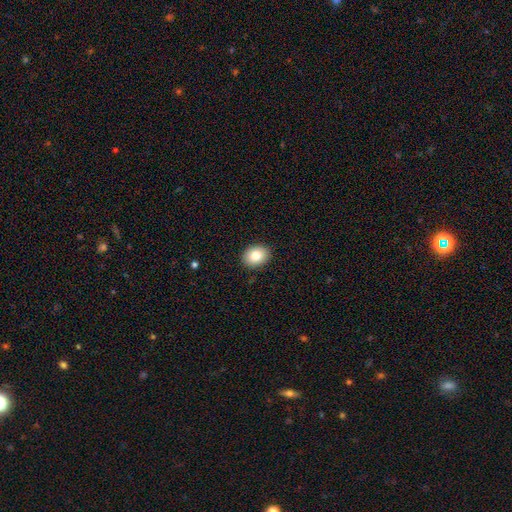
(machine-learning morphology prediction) smooth-or-featured: smooth: 83% | featured or disk: 9% | star or artifact: 9%
  how-rounded: in between: 54% | round: 45% | cigar-shaped: 1%
  merging: none: 91% | minor disturbance: 7% | major disturbance: 2% | merger: 1%